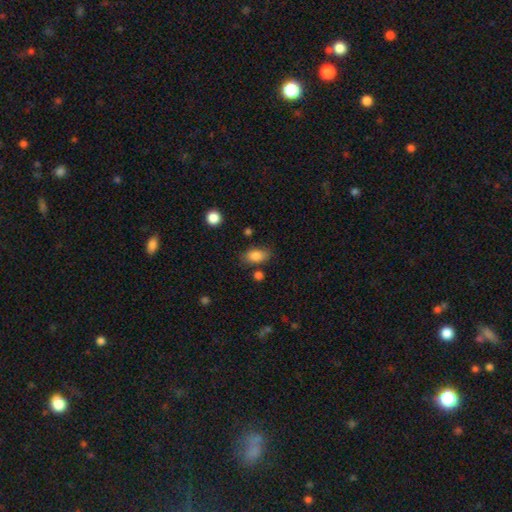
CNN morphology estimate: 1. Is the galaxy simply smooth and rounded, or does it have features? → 84% smooth, 8% star or artifact, 8% featured or disk.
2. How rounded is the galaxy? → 88% in between, 8% round, 3% cigar-shaped.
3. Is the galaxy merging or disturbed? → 74% none, 18% minor disturbance, 4% merger, 4% major disturbance.